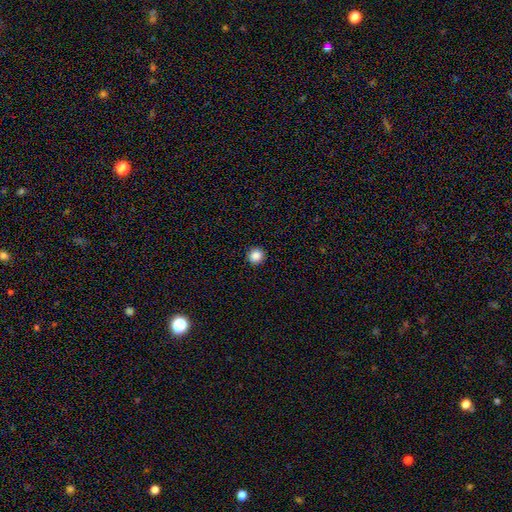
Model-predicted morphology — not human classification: This appears to be a smooth galaxy with no disk features (87%) that is round (93%). Merging: none (92%).